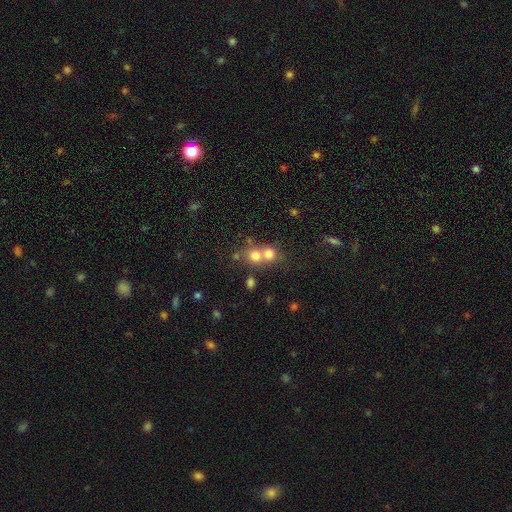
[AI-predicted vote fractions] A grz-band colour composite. It shows a smooth galaxy with no disk features (73%) that is round (82%). Merging: merger (55%).